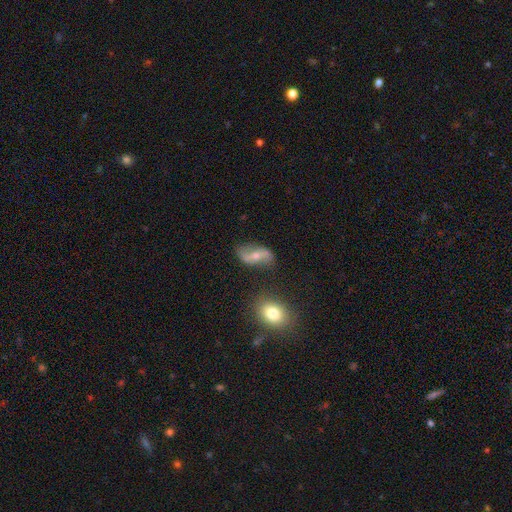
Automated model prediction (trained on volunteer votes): A featured or disk galaxy (69%) with no bar (38%), 2 (91%) loose (81%) spiral arms (83%) and a moderate central bulge (48%).

Vote fractions:
- Smooth or featured? featured or disk: 69% / smooth: 23% / star or artifact: 8%
- Edge-on disk? no: 93% / yes: 7%
- Bar? no: 38% / weak: 37% / strong: 25%
- Spiral arms? yes: 83% / no: 17%
- Spiral winding? loose: 81% / medium: 14% / tight: 5%
- Spiral arm count? 2: 91% / can't tell: 4% / 1: 2% / 3: 1% / 4: 1% / more than 4: 1%
- Bulge size? moderate: 48% / small: 45% / none: 3% / large: 3% / dominant: 1%
- Merging? none: 73% / minor disturbance: 16% / major disturbance: 6% / merger: 5%